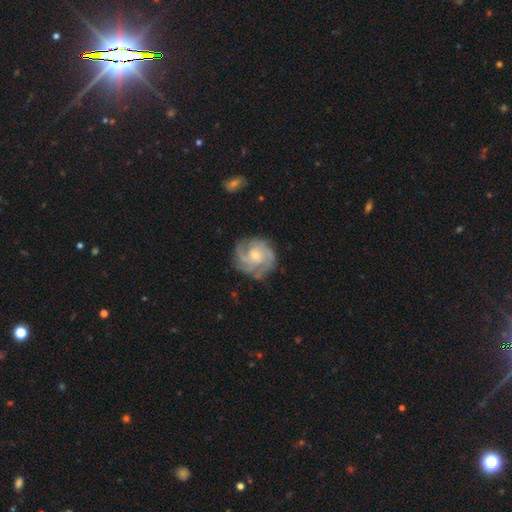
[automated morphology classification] A featured or disk galaxy (85%) with no bar (73%), 3 (38%) tight (54%) spiral arms (96%) and a small central bulge (59%).

Vote fractions:
- Smooth or featured? featured or disk: 85% / smooth: 10% / star or artifact: 5%
- Edge-on disk? no: 98% / yes: 2%
- Bar? no: 73% / weak: 23% / strong: 4%
- Spiral arms? yes: 96% / no: 4%
- Spiral winding? tight: 54% / medium: 38% / loose: 8%
- Spiral arm count? 3: 38% / can't tell: 19% / 4: 17% / 2: 15% / more than 4: 6% / 1: 6%
- Bulge size? small: 59% / moderate: 37% / none: 2% / large: 1% / dominant: 1%
- Merging? none: 74% / minor disturbance: 18% / major disturbance: 7% / merger: 2%